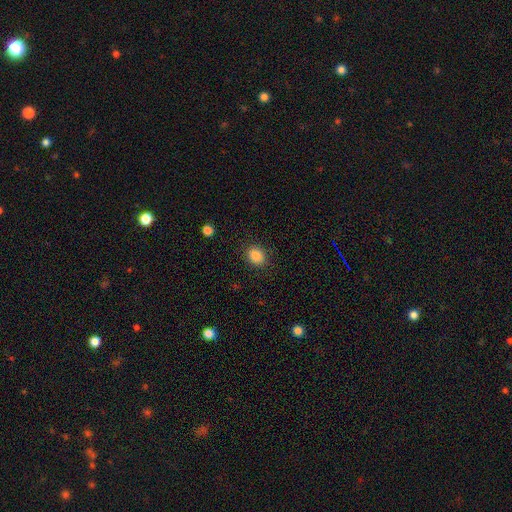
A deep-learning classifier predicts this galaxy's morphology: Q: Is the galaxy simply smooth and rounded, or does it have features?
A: smooth — 86%.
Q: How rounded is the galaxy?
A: round — 55%.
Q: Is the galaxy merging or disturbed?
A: none — 87%.